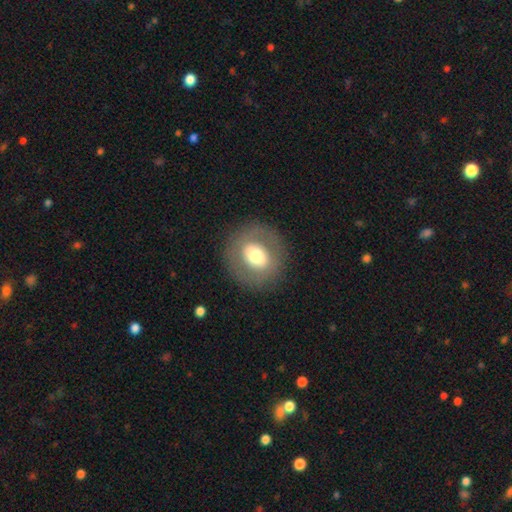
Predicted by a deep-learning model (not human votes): Q: Smooth or featured?
A: smooth (56%); runner-up: featured or disk (35%)
Q: How rounded?
A: round (84%); runner-up: in between (15%)
Q: Merging?
A: none (85%); runner-up: minor disturbance (8%)